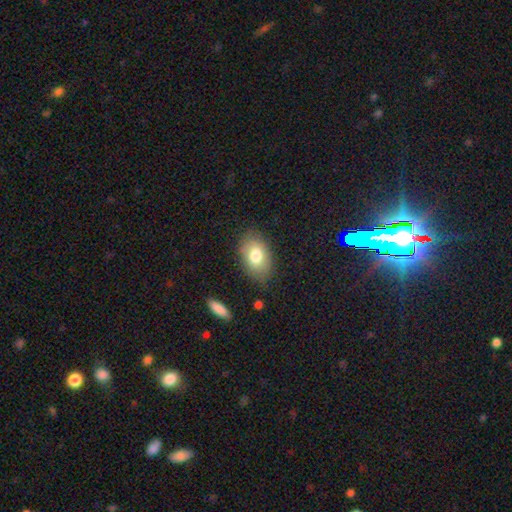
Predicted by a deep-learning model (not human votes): Smooth or featured? Predicted: smooth (p=0.77). How rounded? Predicted: in between (p=0.88). Merging? Predicted: none (p=0.78).